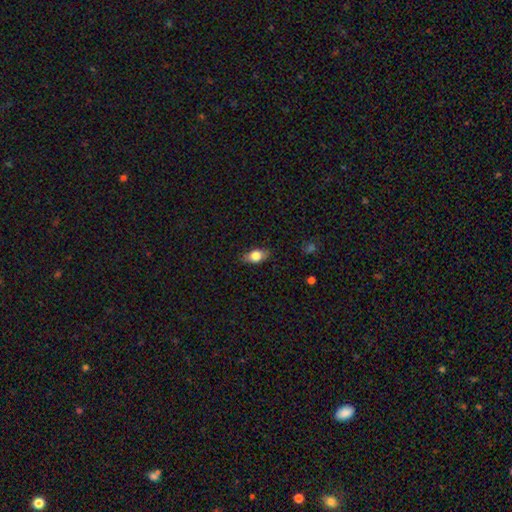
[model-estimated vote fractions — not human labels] Smooth or featured: smooth — 77% (featured or disk — 15%)
How rounded: in between — 83% (round — 11%)
Merging: none — 83% (minor disturbance — 13%)